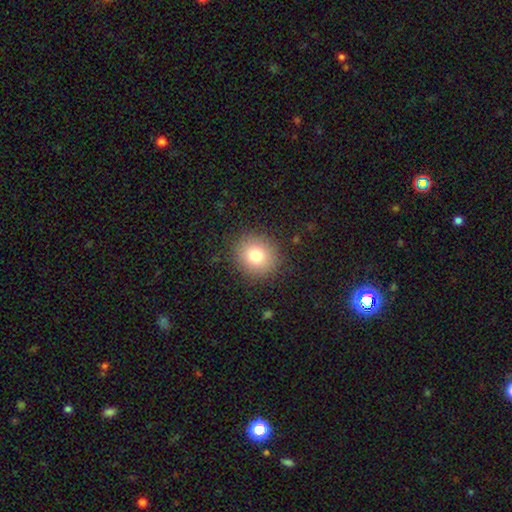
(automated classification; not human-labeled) The model was most divided on "smooth or featured": smooth: 79%, star or artifact: 11%, featured or disk: 10%. More confident: how rounded — round (90%); merging — none (88%).